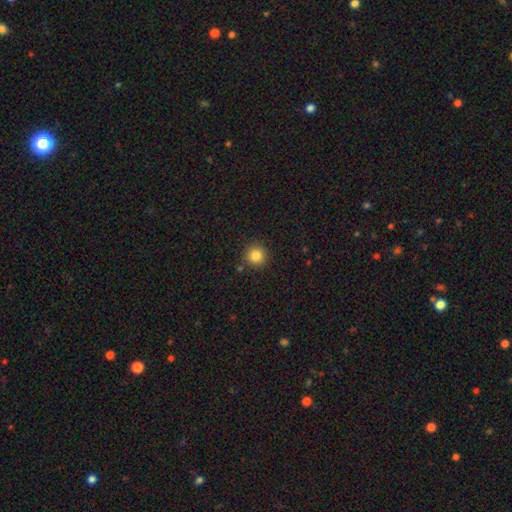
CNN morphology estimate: Smooth or featured: smooth — 84% (star or artifact — 11%)
How rounded: round — 95% (in between — 4%)
Merging: none — 88% (minor disturbance — 7%)